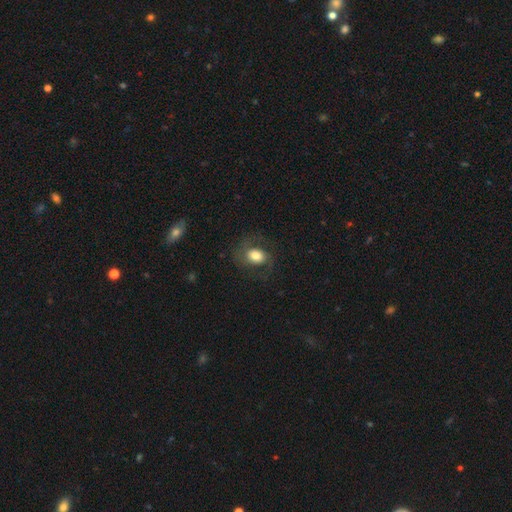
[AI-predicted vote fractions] smooth_or_featured: smooth (p=0.59) [alt: featured or disk p=0.33]
how_rounded: in between (p=0.62) [alt: round p=0.37]
merging: none (p=0.67) [alt: minor disturbance p=0.17]